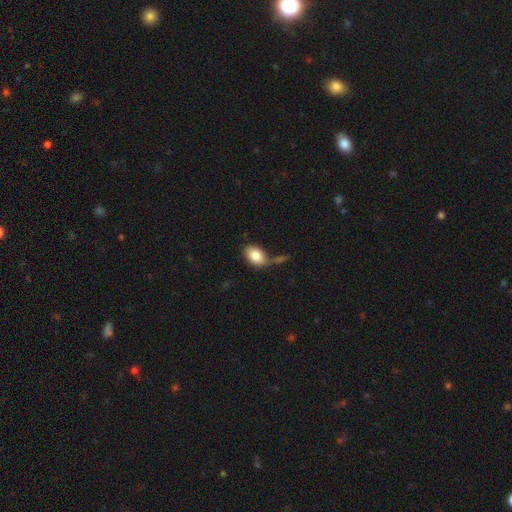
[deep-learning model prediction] The model was most divided on "merging": none: 51%, minor disturbance: 19%, merger: 19%, major disturbance: 10%. More confident: smooth or featured — smooth (84%); how rounded — in between (83%).